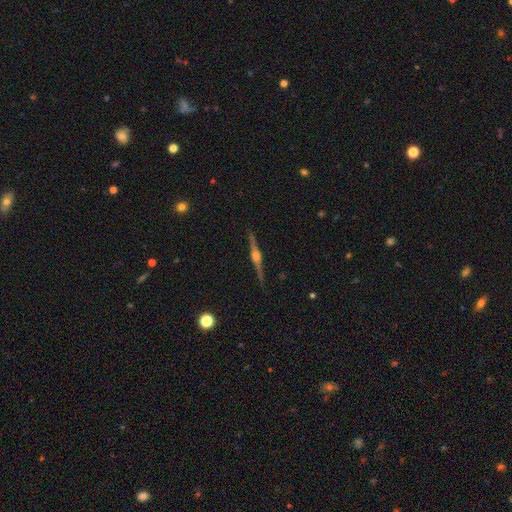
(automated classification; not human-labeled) featured or disk 86%, smooth 8%, star or artifact 6%. Down the decision tree: edge-on disk — yes (98%); edge-on bulge — rounded (88%); merging — none (90%).